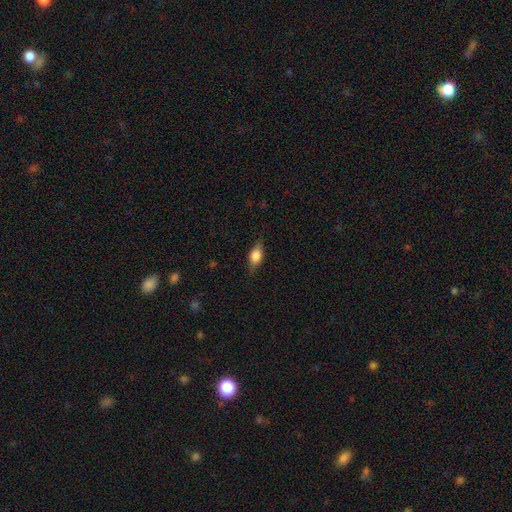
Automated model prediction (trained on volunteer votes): smooth 64%, featured or disk 27%, star or artifact 8%. Down the decision tree: how rounded — in between (76%); merging — none (77%).